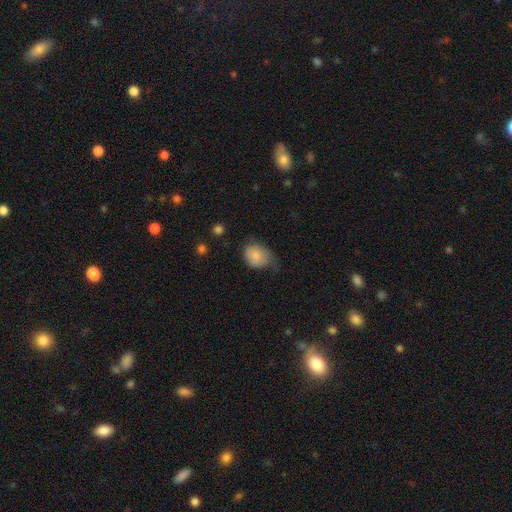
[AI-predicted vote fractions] A smooth galaxy with no disk features (81%) that is in between round and cigar-shaped (50%).

Vote fractions:
- Smooth or featured? smooth: 81% / featured or disk: 11% / star or artifact: 8%
- How rounded? in between: 50% / round: 49% / cigar-shaped: 1%
- Merging? minor disturbance: 40% / none: 36% / major disturbance: 22% / merger: 2%